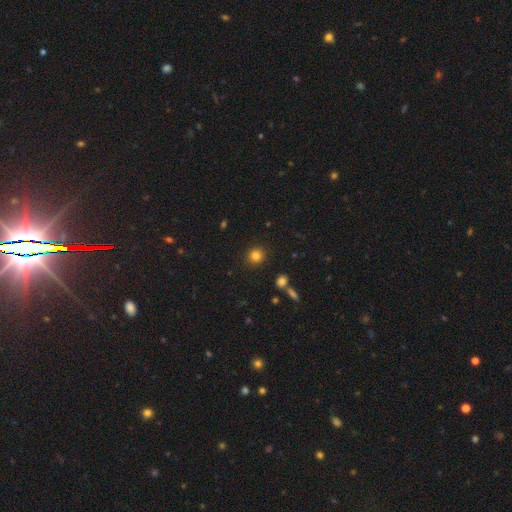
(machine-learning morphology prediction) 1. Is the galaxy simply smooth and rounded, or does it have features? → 82% smooth, 12% star or artifact, 6% featured or disk.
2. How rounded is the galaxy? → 88% round, 11% in between, 1% cigar-shaped.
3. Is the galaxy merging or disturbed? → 89% none, 6% minor disturbance, 2% merger, 2% major disturbance.